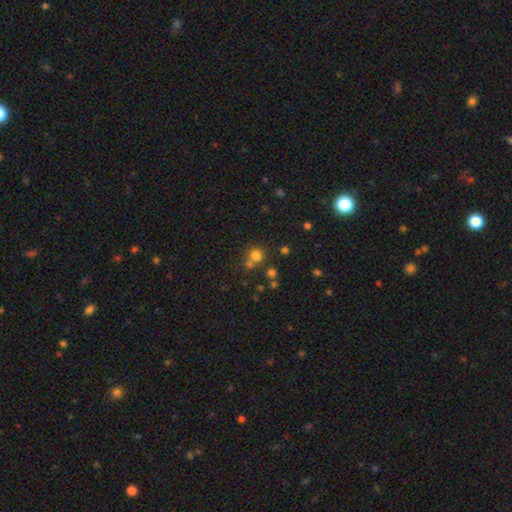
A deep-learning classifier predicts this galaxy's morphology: Smooth or featured? Predicted: smooth (p=0.73). How rounded? Predicted: round (p=0.85). Merging? Predicted: none (p=0.58).